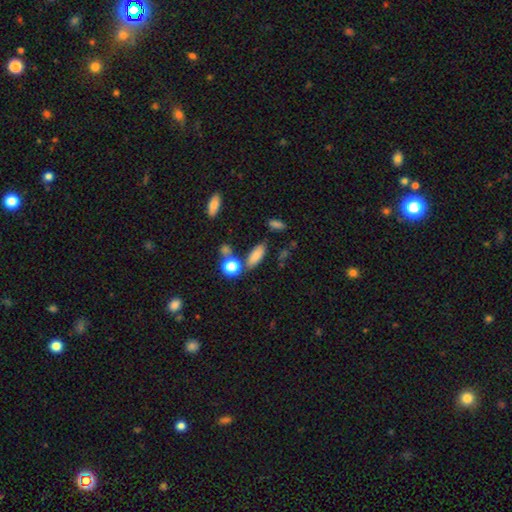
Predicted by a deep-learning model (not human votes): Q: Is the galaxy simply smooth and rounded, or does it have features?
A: smooth — 81%.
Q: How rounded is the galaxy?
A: in between — 72%.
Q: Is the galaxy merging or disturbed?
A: none — 70%.